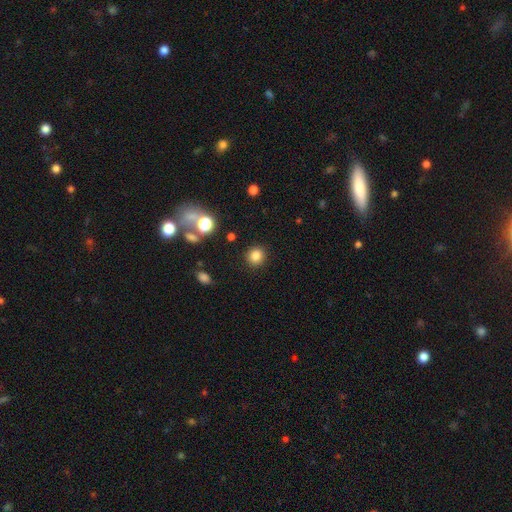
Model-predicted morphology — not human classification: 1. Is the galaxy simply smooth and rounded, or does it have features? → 82% smooth, 13% star or artifact, 5% featured or disk.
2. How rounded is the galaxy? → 88% round, 11% in between, 1% cigar-shaped.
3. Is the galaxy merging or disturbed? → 90% none, 6% minor disturbance, 3% major disturbance, 2% merger.